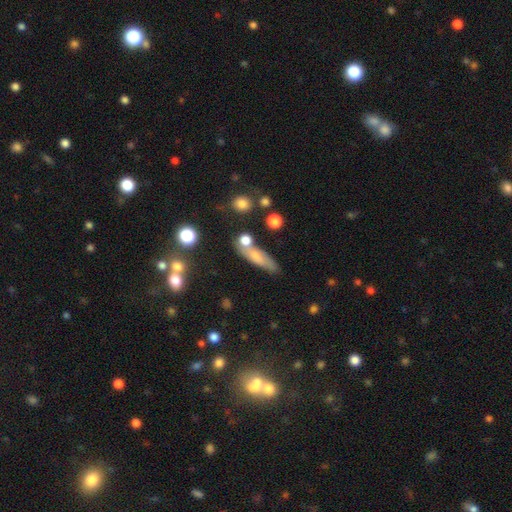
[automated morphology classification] A smooth galaxy with no disk features (66%) that is cigar-shaped (62%). Merging: none (62%).